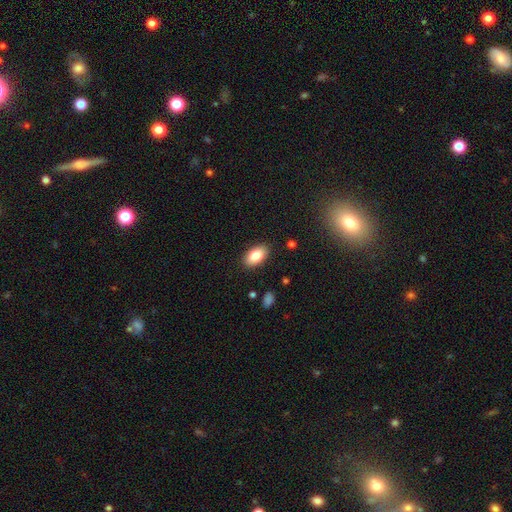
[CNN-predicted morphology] smooth-or-featured: smooth: 83% | featured or disk: 10% | star or artifact: 7%
  how-rounded: in between: 93% | round: 5% | cigar-shaped: 2%
  merging: none: 88% | minor disturbance: 9% | major disturbance: 2% | merger: 1%